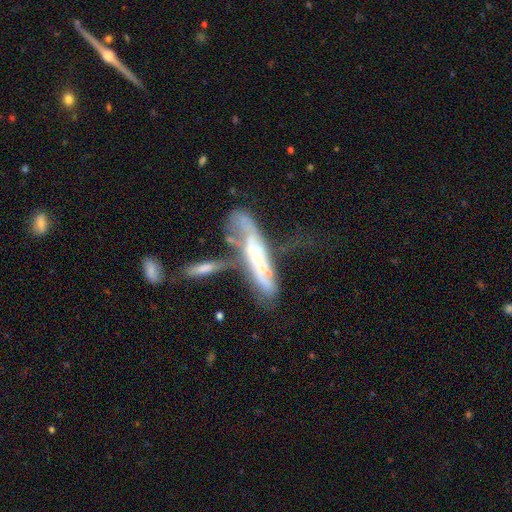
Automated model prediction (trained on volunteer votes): Smooth or featured? Predicted: featured or disk (p=0.66). Edge-on disk? Predicted: no (p=0.67). Merging? Predicted: merger (p=0.41).